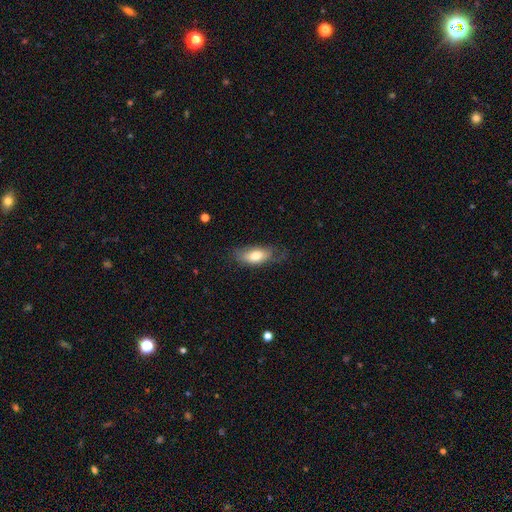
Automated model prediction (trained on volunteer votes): Smooth or featured? Predicted: smooth (p=0.72). How rounded? Predicted: in between (p=0.84). Merging? Predicted: none (p=0.54).